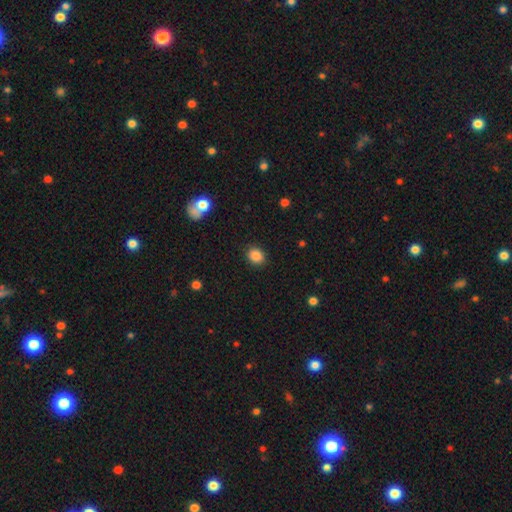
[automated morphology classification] smooth_or_featured: smooth (p=0.86) [alt: star or artifact p=0.10]
how_rounded: round (p=0.64) [alt: in between p=0.35]
merging: none (p=0.90) [alt: minor disturbance p=0.07]